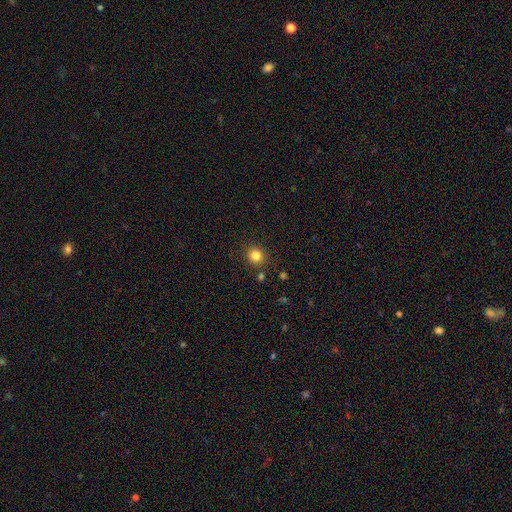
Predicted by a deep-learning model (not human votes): smooth-or-featured: smooth: 83% | star or artifact: 13% | featured or disk: 5%
  how-rounded: round: 88% | in between: 11% | cigar-shaped: 1%
  merging: none: 87% | minor disturbance: 8% | merger: 3% | major disturbance: 3%